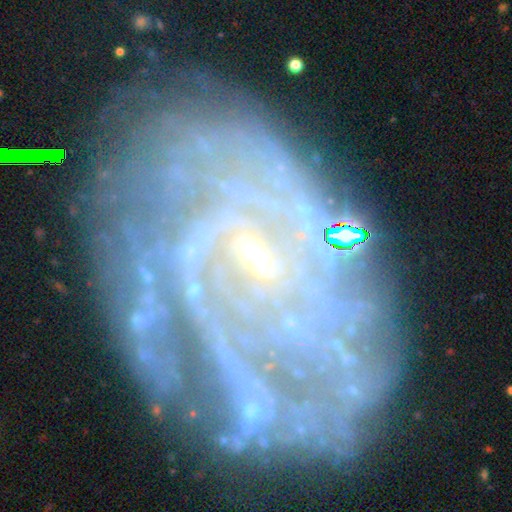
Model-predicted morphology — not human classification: Smooth or featured: featured or disk — 84% (star or artifact — 8%)
Edge-on disk: no — 97% (yes — 3%)
Bar: no — 49% (weak — 37%)
Spiral arms: yes — 88% (no — 12%)
Spiral winding: tight — 56% (medium — 31%)
Spiral arm count: can't tell — 36% (2 — 22%)
Bulge size: small — 79% (moderate — 10%)
Merging: none — 54% (minor disturbance — 23%)